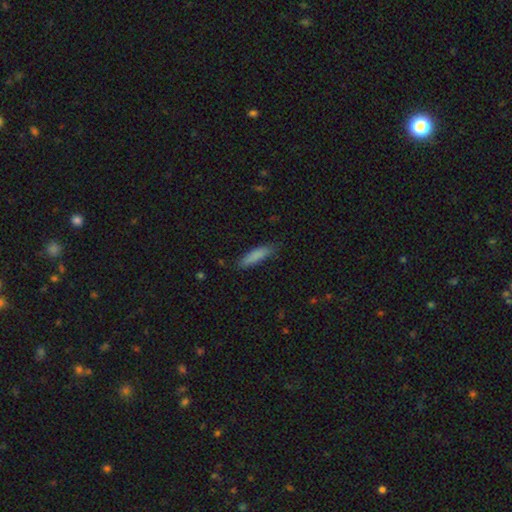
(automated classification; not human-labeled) This is clearly a smooth galaxy (85%). How rounded: likely cigar-shaped (73%). Merging: clearly none (80%).